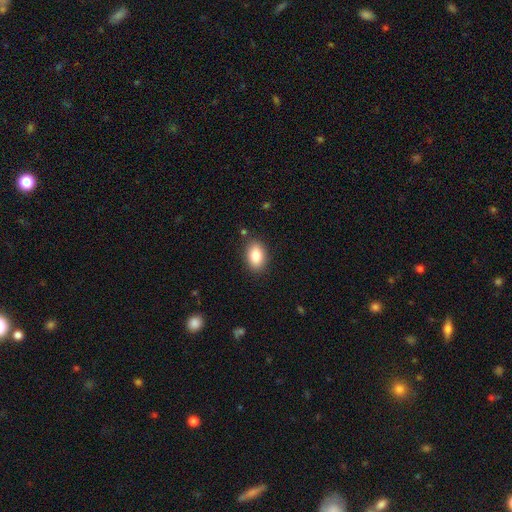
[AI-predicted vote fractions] smooth-or-featured: smooth: 85% | featured or disk: 8% | star or artifact: 7%
  how-rounded: in between: 88% | round: 11% | cigar-shaped: 1%
  merging: none: 86% | minor disturbance: 10% | major disturbance: 3% | merger: 2%